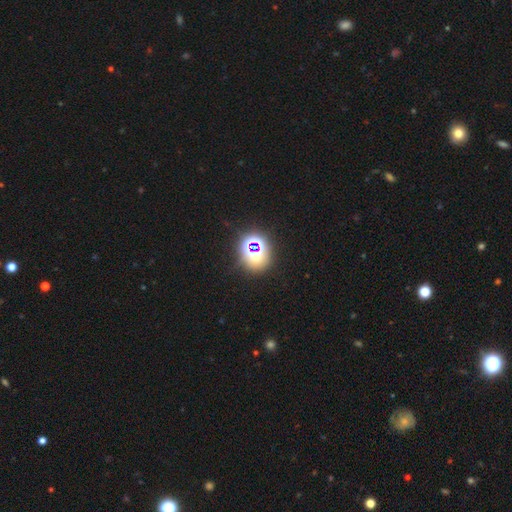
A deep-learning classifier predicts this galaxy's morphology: smooth_or_featured: star or artifact (p=0.56) [alt: smooth p=0.33]